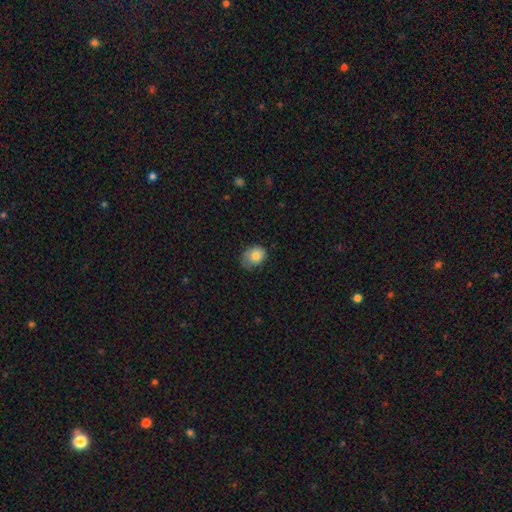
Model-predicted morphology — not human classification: smooth_or_featured: smooth (p=0.80) [alt: featured or disk p=0.12]
how_rounded: in between (p=0.56) [alt: round p=0.44]
merging: none (p=0.57) [alt: minor disturbance p=0.32]